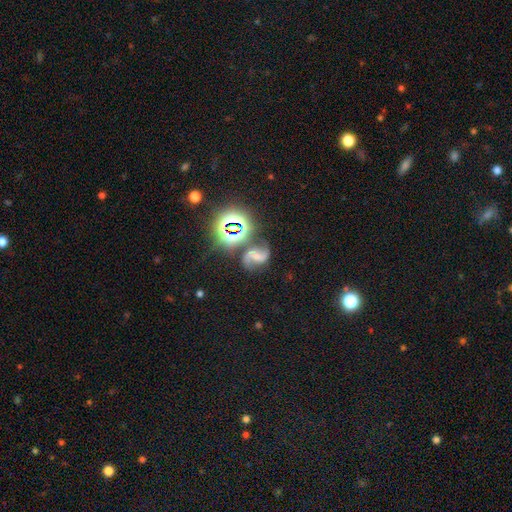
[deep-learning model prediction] The model was most divided on "bar": weak: 39%, no: 33%, strong: 28%. Remaining: edge-on disk — no (98%); spiral arms — yes (95%); spiral arm count — 2 (92%); smooth or featured — featured or disk (72%); merging — none (66%); spiral winding — loose (52%); bulge size — small (44%).